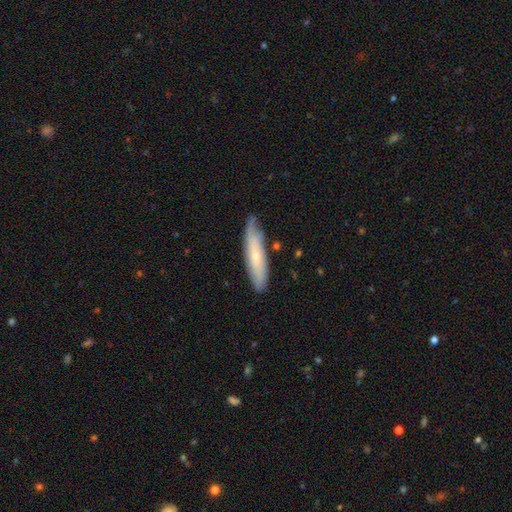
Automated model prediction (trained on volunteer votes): Smooth or featured? featured or disk (48%)
Merging? none (74%)